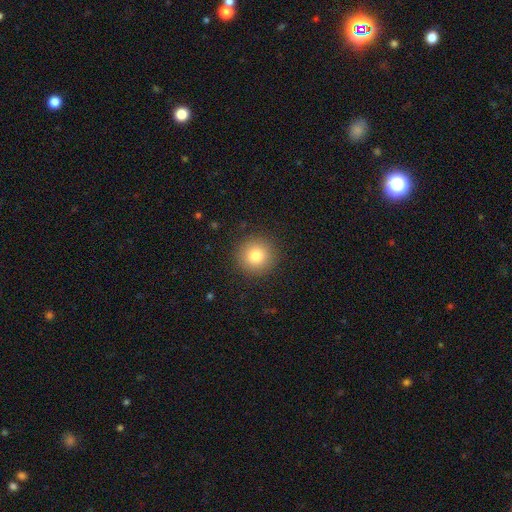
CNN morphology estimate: smooth-or-featured: smooth: 81% | star or artifact: 11% | featured or disk: 8%
  how-rounded: round: 95% | in between: 4% | cigar-shaped: 1%
  merging: none: 91% | minor disturbance: 6% | major disturbance: 2% | merger: 1%